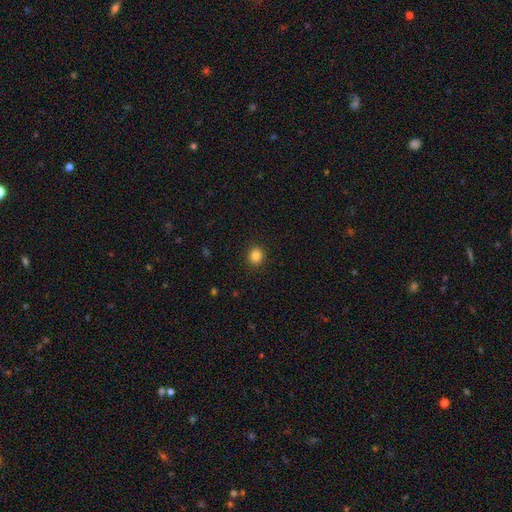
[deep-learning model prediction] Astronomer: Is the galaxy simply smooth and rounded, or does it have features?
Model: smooth — 85%.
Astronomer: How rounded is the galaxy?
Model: round — 85%.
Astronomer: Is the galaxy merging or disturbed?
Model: none — 92%.